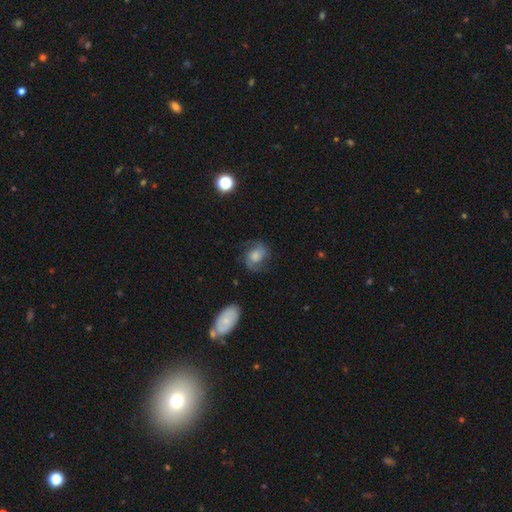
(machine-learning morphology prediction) This is possibly a featured or disk galaxy (59%). It is clearly not viewed edge-on (97%). Bar: likely no (62%). Spiral arm pattern: clearly yes (91%). Spiral arm count: clearly 2 (88%). Spiral winding: possibly medium (50%). Central bulge: marginally moderate (37%). Merging: likely none (69%).